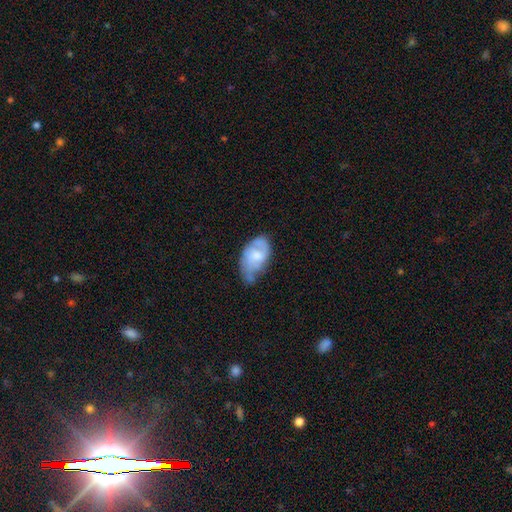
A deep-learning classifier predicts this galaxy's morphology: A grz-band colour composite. It shows a featured or disk galaxy (50%). Merging: minor disturbance (44%).